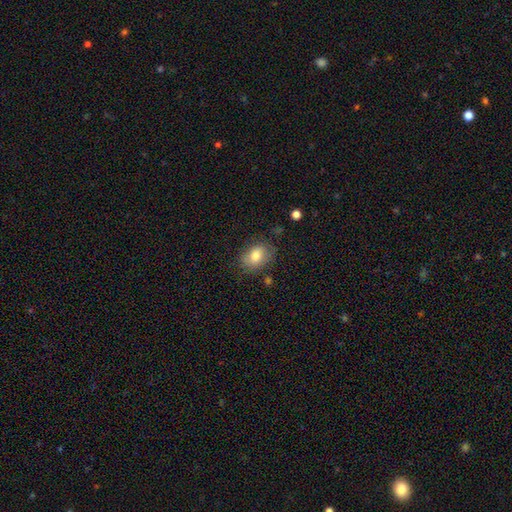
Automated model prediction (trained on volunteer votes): smooth_or_featured: smooth (p=0.78) [alt: featured or disk p=0.14]
how_rounded: in between (p=0.69) [alt: round p=0.30]
merging: none (p=0.72) [alt: minor disturbance p=0.20]